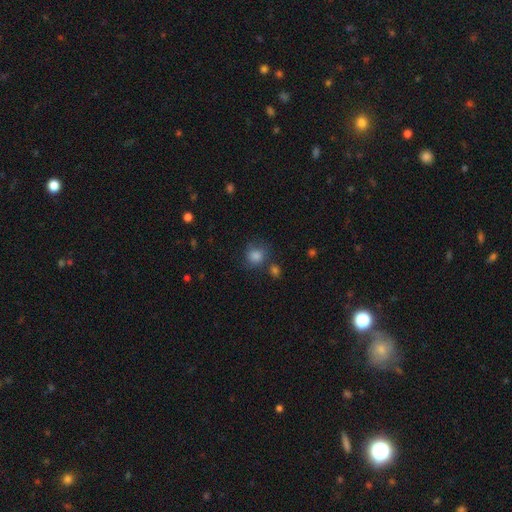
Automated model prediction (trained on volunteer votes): This appears to be a smooth galaxy with no disk features (81%) that is round (80%). Merging: none (65%).